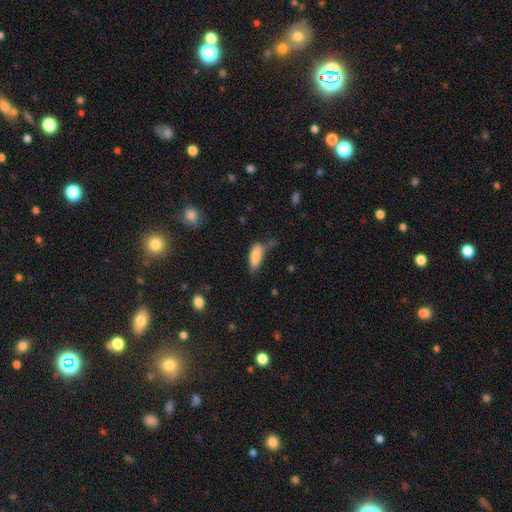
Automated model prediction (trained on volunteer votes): Morphology: type=smooth (83%); roundness=in between (74%); merging=none (46%).